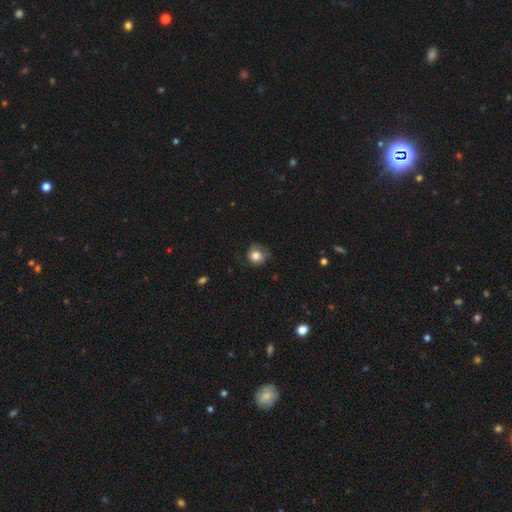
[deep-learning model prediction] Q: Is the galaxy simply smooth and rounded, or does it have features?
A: smooth — 78%.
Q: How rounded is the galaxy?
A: round — 77%.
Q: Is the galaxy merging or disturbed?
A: none — 59%.